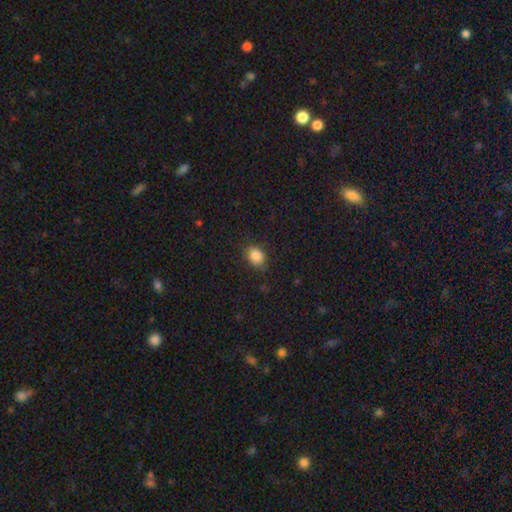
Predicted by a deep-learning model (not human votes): smooth 86%, star or artifact 9%, featured or disk 5%. Down the decision tree: how rounded — in between (65%); merging — none (79%).